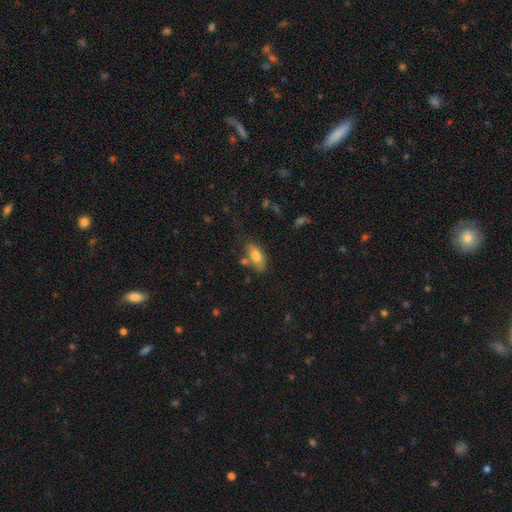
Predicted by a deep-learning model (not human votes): smooth_or_featured: smooth (p=0.78) [alt: featured or disk p=0.15]
how_rounded: in between (p=0.86) [alt: cigar-shaped p=0.11]
merging: none (p=0.66) [alt: minor disturbance p=0.19]